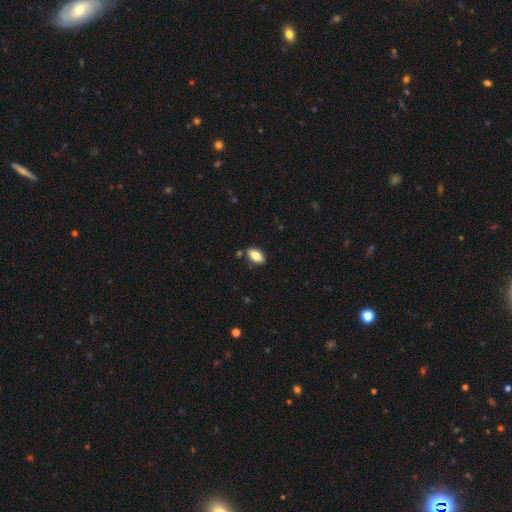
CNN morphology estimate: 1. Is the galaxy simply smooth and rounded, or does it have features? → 79% smooth, 14% featured or disk, 7% star or artifact.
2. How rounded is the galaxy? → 92% in between, 5% cigar-shaped, 4% round.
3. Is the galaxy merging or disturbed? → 85% none, 10% minor disturbance, 3% merger, 2% major disturbance.